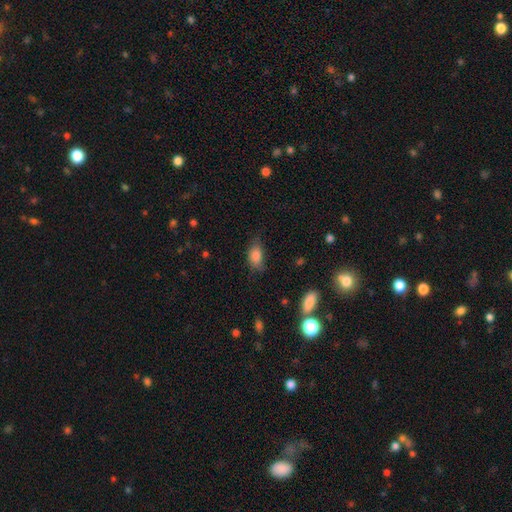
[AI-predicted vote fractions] The model was most divided on "merging": none: 59%, minor disturbance: 30%, major disturbance: 9%, merger: 2%. More confident: how rounded — in between (88%); smooth or featured — smooth (83%).